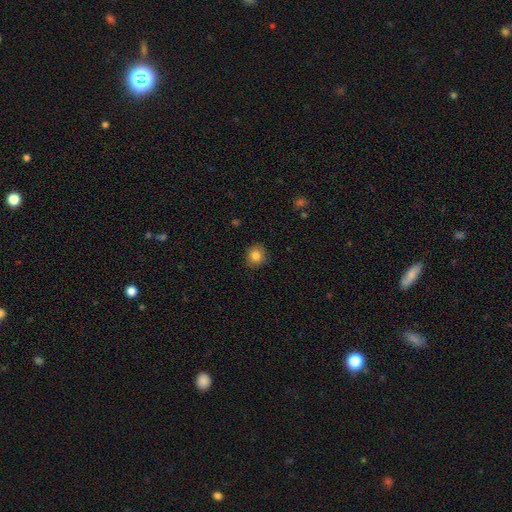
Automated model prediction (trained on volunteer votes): Overall: smooth (82%). How rounded: round (83%). Merging: none (86%).